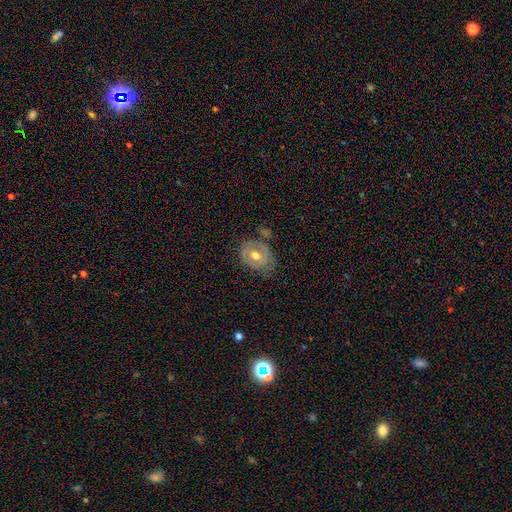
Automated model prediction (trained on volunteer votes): Smooth or featured: featured or disk — 52% (smooth — 41%)
Edge-on disk: no — 94% (yes — 6%)
Merging: none — 59% (minor disturbance — 26%)